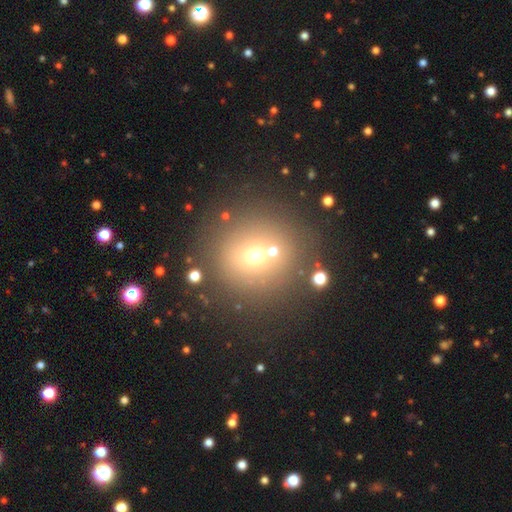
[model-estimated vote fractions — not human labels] smooth 60%, star or artifact 25%, featured or disk 14%. Down the decision tree: how rounded — round (92%); merging — none (73%).